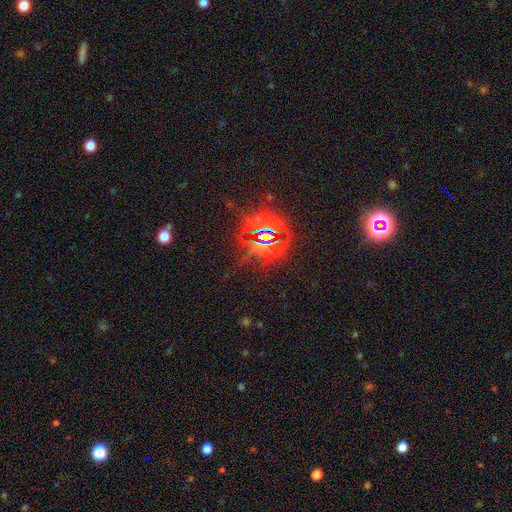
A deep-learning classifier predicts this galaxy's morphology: Smooth or featured: star or artifact — 80% (smooth — 14%)